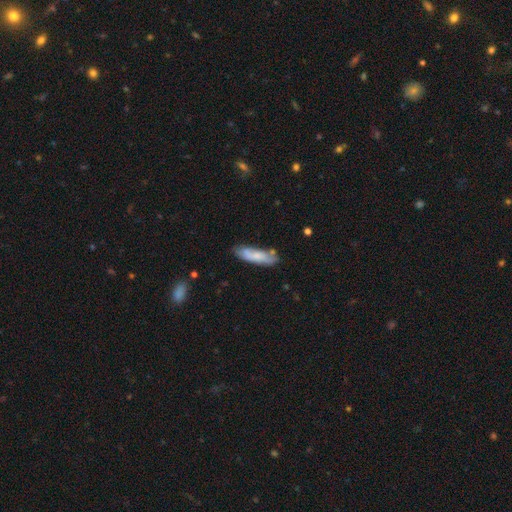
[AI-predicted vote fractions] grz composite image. It shows a smooth galaxy with no disk features (68%) that is cigar-shaped (61%). Merging: none (67%).